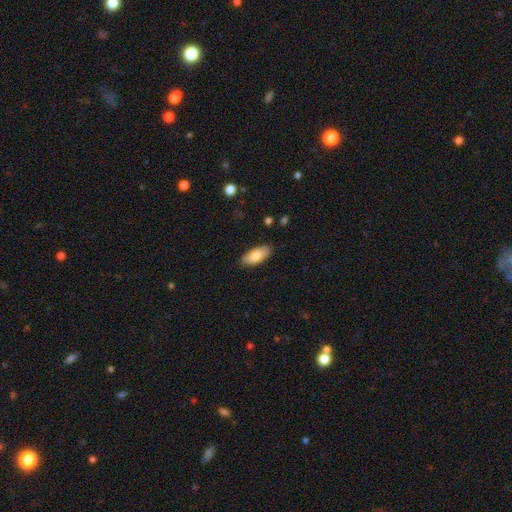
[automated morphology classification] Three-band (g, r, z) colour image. It shows a smooth galaxy with no disk features (81%) that is in between round and cigar-shaped (88%). Merging: none (88%).